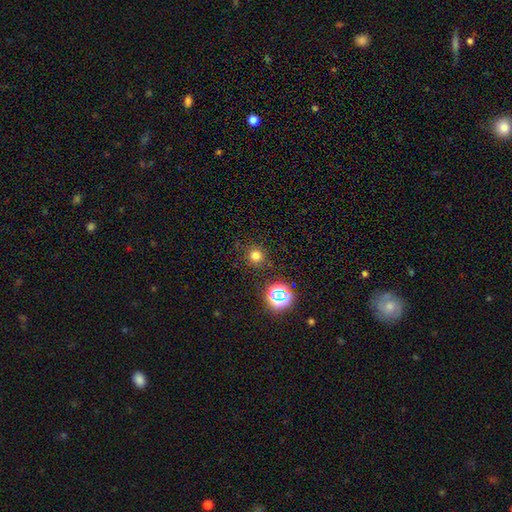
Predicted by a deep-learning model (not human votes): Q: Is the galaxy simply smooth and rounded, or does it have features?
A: smooth — 72%.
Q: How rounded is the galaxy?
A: round — 92%.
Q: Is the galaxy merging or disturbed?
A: none — 87%.